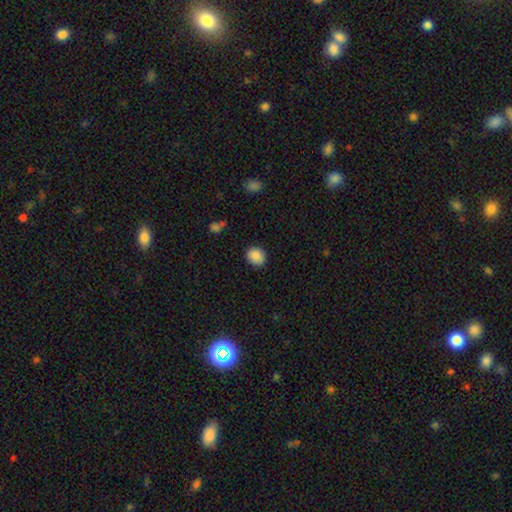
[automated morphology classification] Smooth or featured? Predicted: smooth (p=0.88). How rounded? Predicted: round (p=0.70). Merging? Predicted: none (p=0.84).